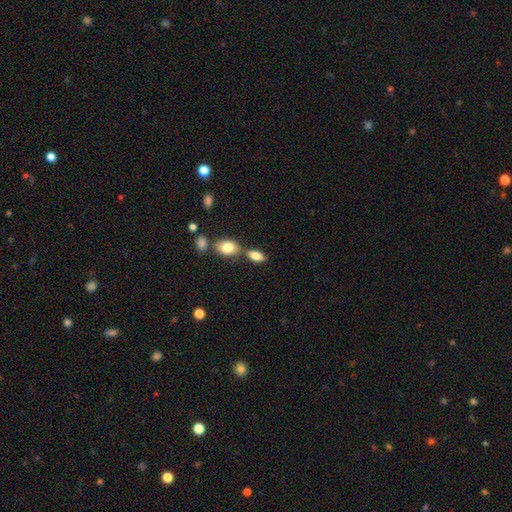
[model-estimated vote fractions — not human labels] A smooth galaxy with no disk features (80%) that is in between round and cigar-shaped (87%). Merging: none (56%).